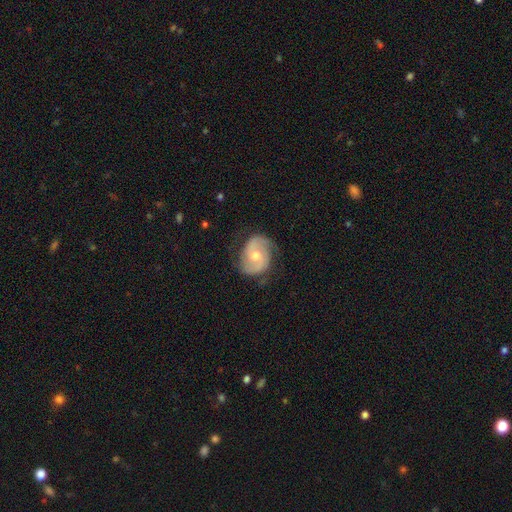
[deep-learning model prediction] Smooth or featured? featured or disk (81%)
Edge-on disk? no (98%)
Bar? no (56%)
Spiral arms? yes (95%)
Spiral winding? medium (50%)
Spiral arm count? 2 (89%)
Bulge size? moderate (62%)
Merging? none (74%)